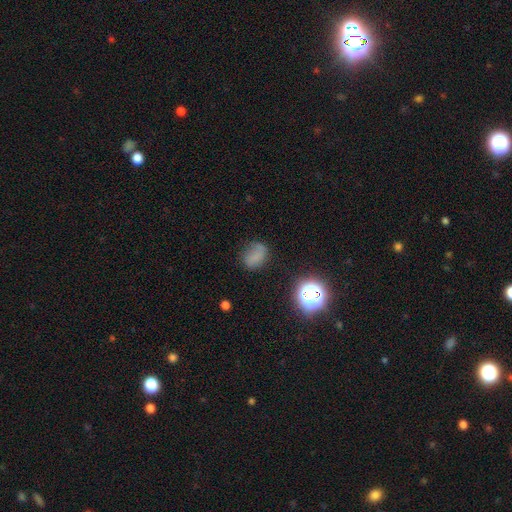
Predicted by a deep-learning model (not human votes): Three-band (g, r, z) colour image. It shows a smooth galaxy with no disk features (64%) that is in between round and cigar-shaped (65%). Merging: none (59%).